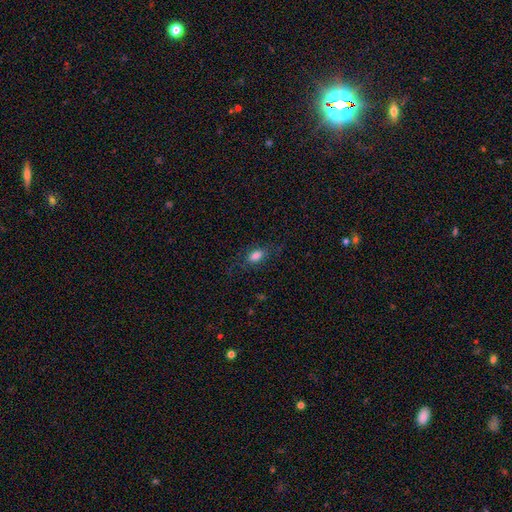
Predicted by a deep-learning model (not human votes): Overall: smooth (78%). How rounded: in between (85%). Merging: none (73%).